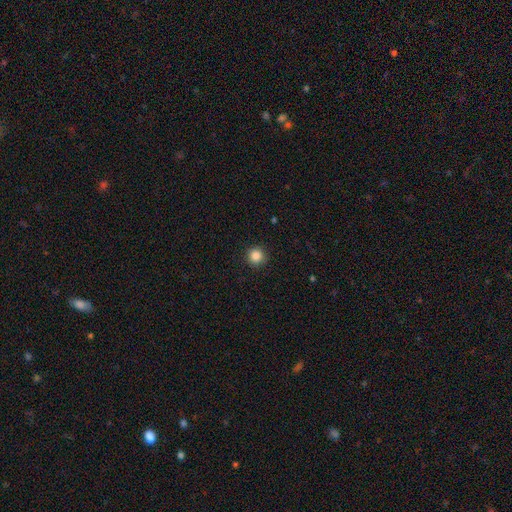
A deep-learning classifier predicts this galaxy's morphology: Smooth or featured? smooth (87%)
How rounded? round (95%)
Merging? none (92%)